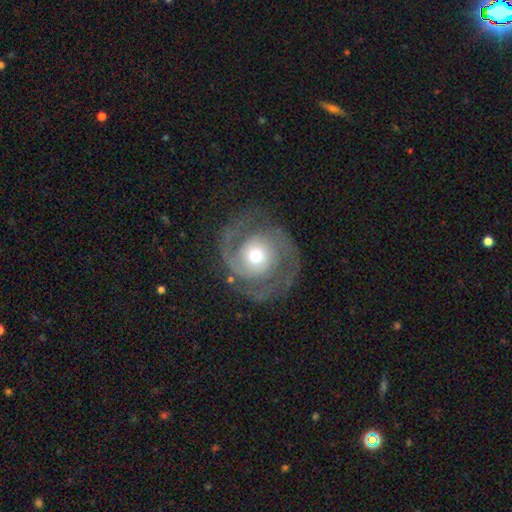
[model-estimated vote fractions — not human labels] Smooth or featured? featured or disk (87%)
Edge-on disk? no (98%)
Bar? no (72%)
Spiral arms? yes (96%)
Spiral winding? tight (44%)
Spiral arm count? 2 (87%)
Bulge size? moderate (62%)
Merging? none (76%)